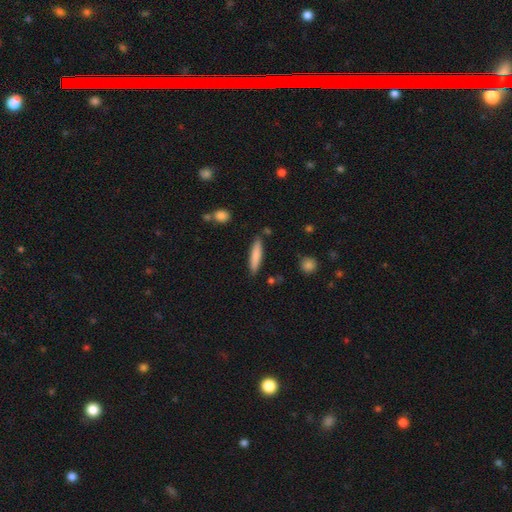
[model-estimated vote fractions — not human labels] A smooth galaxy with no disk features (78%) that is cigar-shaped (86%). Merging: none (86%).